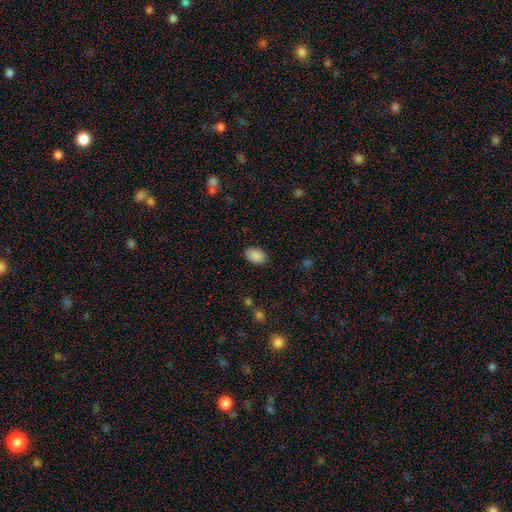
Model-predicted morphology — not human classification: A smooth galaxy with no disk features (89%) that is in between round and cigar-shaped (88%).

Vote fractions:
- Smooth or featured? smooth: 89% / star or artifact: 7% / featured or disk: 3%
- How rounded? in between: 88% / round: 11% / cigar-shaped: 1%
- Merging? none: 87% / minor disturbance: 10% / major disturbance: 3% / merger: 1%